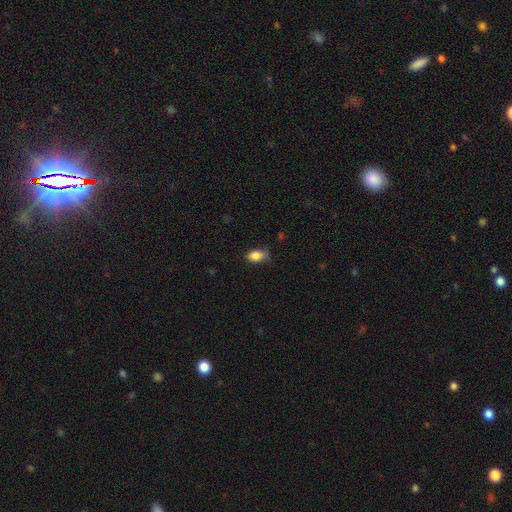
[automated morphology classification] Smooth or featured? Predicted: smooth (p=0.86). How rounded? Predicted: in between (p=0.86). Merging? Predicted: none (p=0.61).